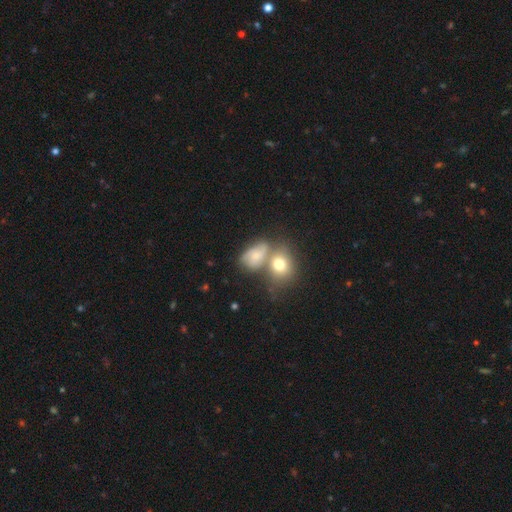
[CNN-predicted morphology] smooth_or_featured: smooth (p=0.49) [alt: featured or disk p=0.39]
merging: merger (p=0.39) [alt: none p=0.35]